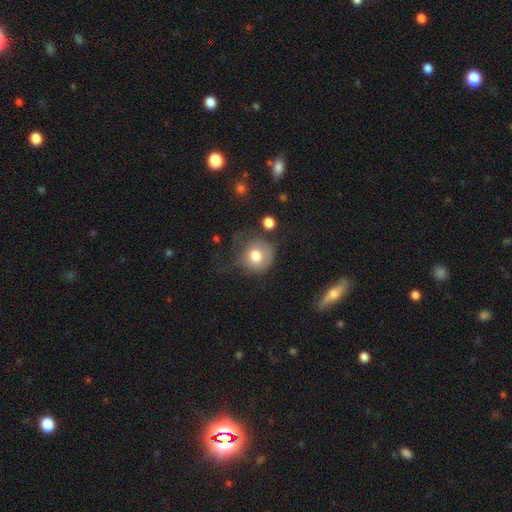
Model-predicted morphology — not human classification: smooth-or-featured: smooth: 75% | featured or disk: 15% | star or artifact: 9%
  how-rounded: round: 86% | in between: 13% | cigar-shaped: 1%
  merging: none: 47% | minor disturbance: 27% | major disturbance: 22% | merger: 5%